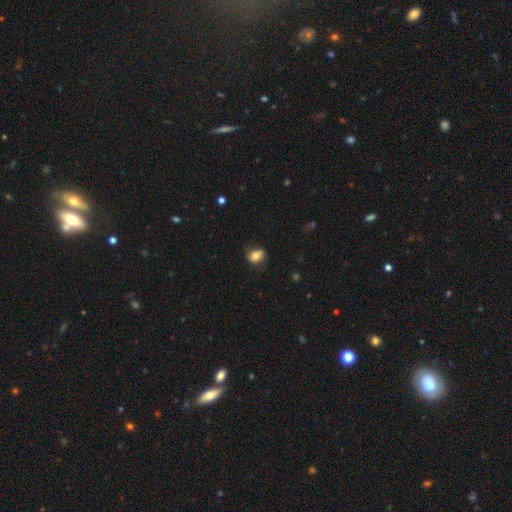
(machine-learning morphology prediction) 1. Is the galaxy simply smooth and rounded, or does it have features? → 76% smooth, 15% featured or disk, 9% star or artifact.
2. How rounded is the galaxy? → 70% in between, 28% round, 2% cigar-shaped.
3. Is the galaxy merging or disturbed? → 72% none, 21% minor disturbance, 6% major disturbance, 1% merger.